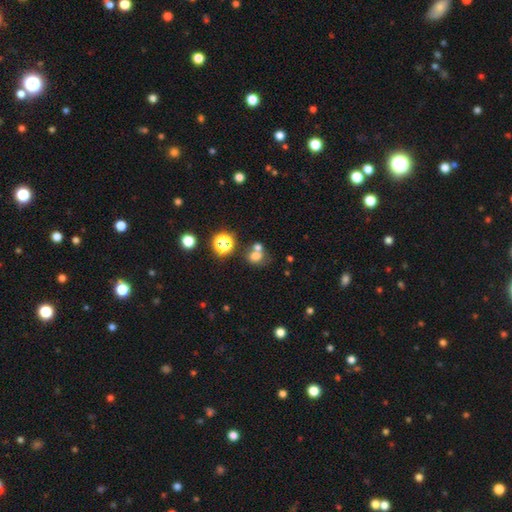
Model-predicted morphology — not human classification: Smooth or featured: smooth — 67% (star or artifact — 20%)
How rounded: round — 70% (in between — 29%)
Merging: none — 44% (merger — 41%)